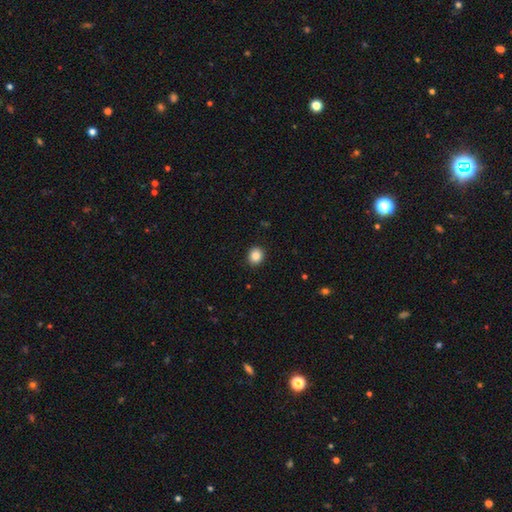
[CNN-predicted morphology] Smooth or featured?
  - smooth: 87% *
  - star or artifact: 10%
  - featured or disk: 4%
How rounded?
  - round: 83% *
  - in between: 16%
  - cigar-shaped: 1%
Merging?
  - none: 92% *
  - minor disturbance: 5%
  - major disturbance: 2%
  - merger: 1%